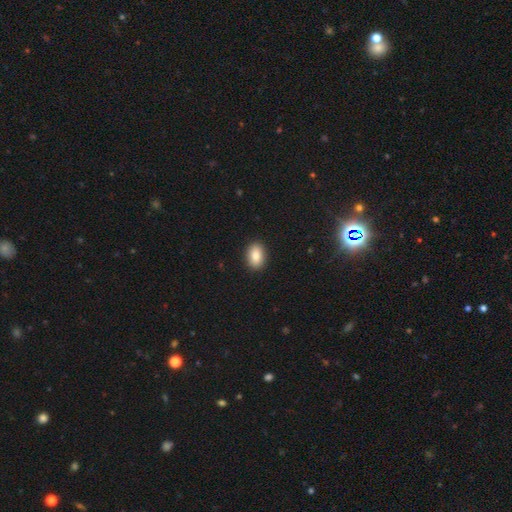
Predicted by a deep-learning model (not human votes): This appears to be a smooth galaxy with no disk features (87%) that is in between round and cigar-shaped (84%). Merging: none (90%).